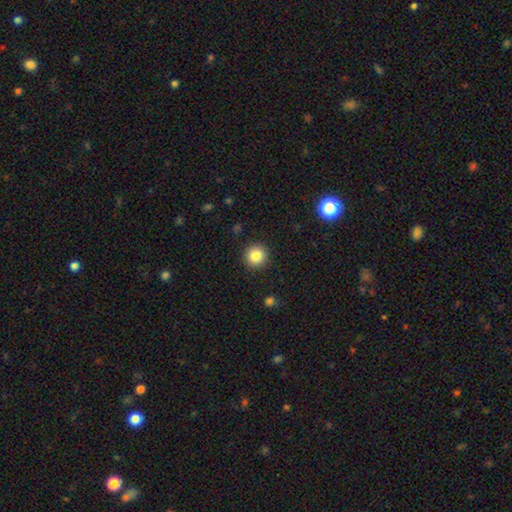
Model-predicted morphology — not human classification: This is clearly a smooth galaxy (85%). How rounded: clearly round (95%). Merging: clearly none (91%).